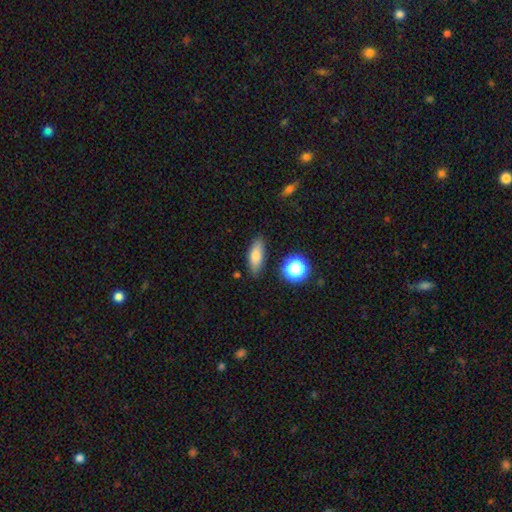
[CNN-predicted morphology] This appears to be a smooth galaxy with no disk features (76%) that is in between round and cigar-shaped (68%). Merging: none (83%).